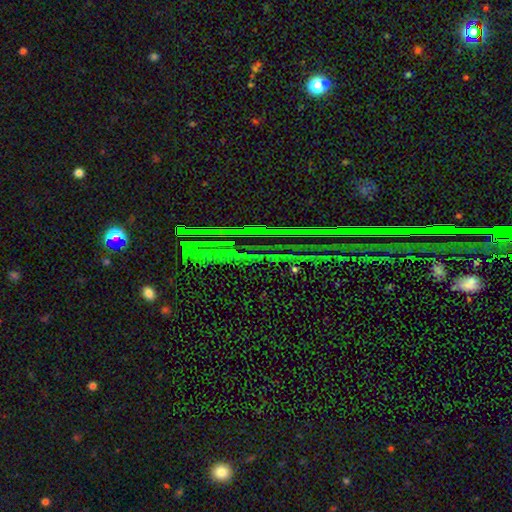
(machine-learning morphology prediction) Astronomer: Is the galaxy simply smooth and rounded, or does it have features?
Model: star or artifact — 84%.